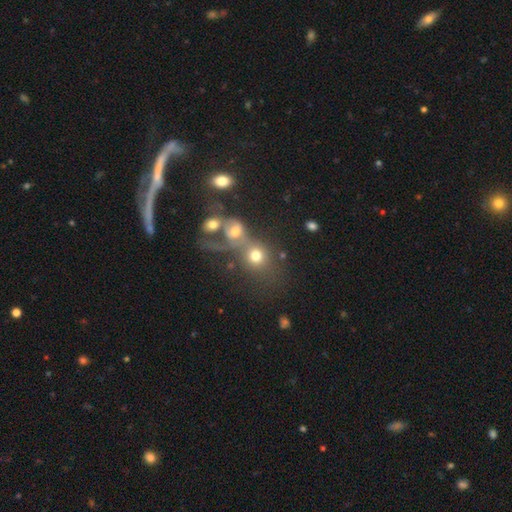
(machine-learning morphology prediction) Q: Smooth or featured?
A: smooth (68%); runner-up: featured or disk (19%)
Q: How rounded?
A: round (75%); runner-up: in between (23%)
Q: Merging?
A: merger (59%); runner-up: none (22%)